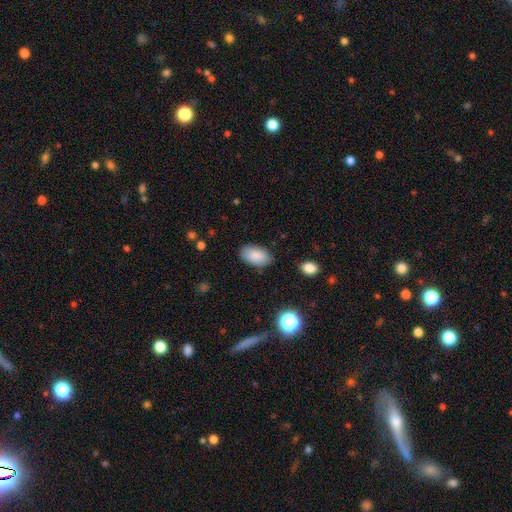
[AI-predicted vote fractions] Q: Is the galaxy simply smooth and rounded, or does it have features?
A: smooth — 87%.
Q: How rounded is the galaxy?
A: in between — 94%.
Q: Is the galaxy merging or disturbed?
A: none — 85%.